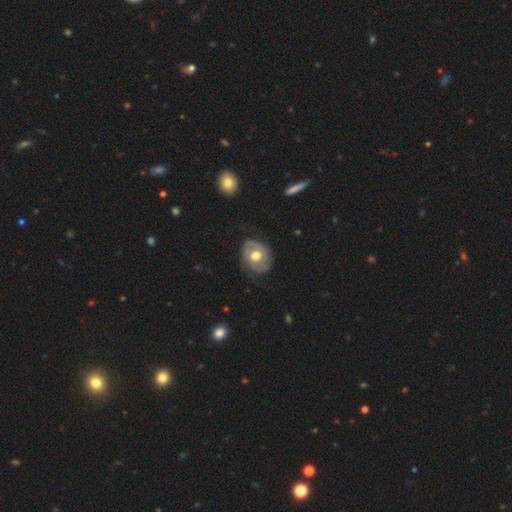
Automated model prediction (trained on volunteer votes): smooth-or-featured: featured or disk: 56% | smooth: 38% | star or artifact: 6%
  disk-edge-on: no: 95% | yes: 5%
    bar: no: 73% | weak: 21% | strong: 5%
    has-spiral-arms: yes: 54% | no: 46%
    bulge-size: moderate: 64% | large: 30% | small: 4% | dominant: 2% | none: 1%
  merging: none: 70% | minor disturbance: 21% | major disturbance: 8% | merger: 1%